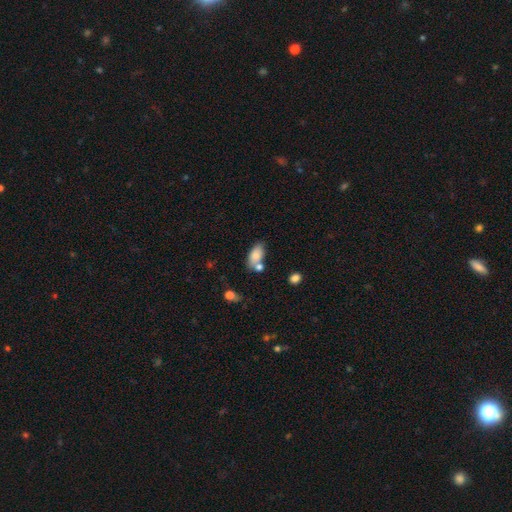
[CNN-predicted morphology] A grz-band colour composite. It shows a smooth galaxy with no disk features (81%) that is in between round and cigar-shaped (91%). Merging: none (52%).